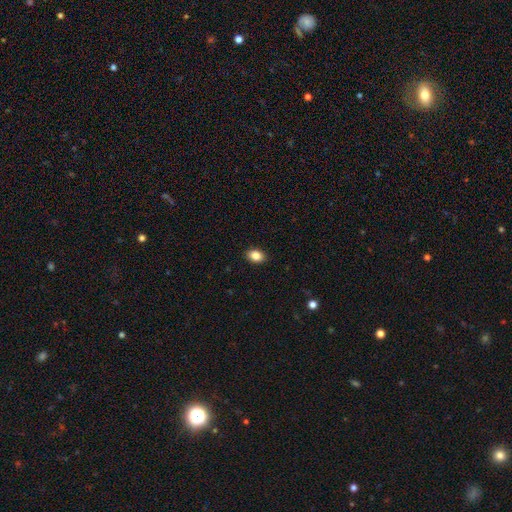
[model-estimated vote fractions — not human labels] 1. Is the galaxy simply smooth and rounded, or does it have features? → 86% smooth, 9% star or artifact, 5% featured or disk.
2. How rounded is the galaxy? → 76% in between, 23% round, 1% cigar-shaped.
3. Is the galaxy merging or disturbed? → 90% none, 7% minor disturbance, 2% major disturbance, 1% merger.